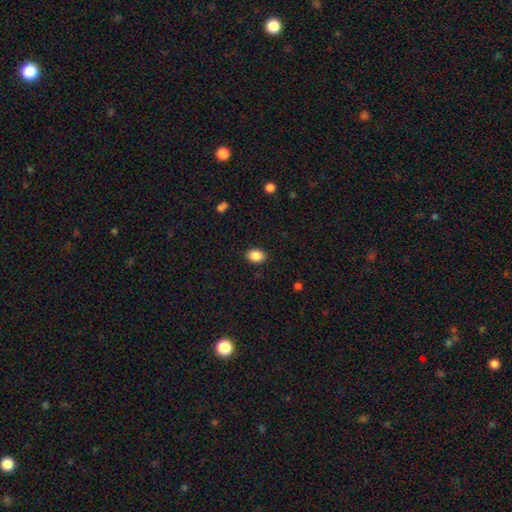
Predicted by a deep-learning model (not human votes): A smooth galaxy with no disk features (88%) that is in between round and cigar-shaped (67%). Merging: none (88%).